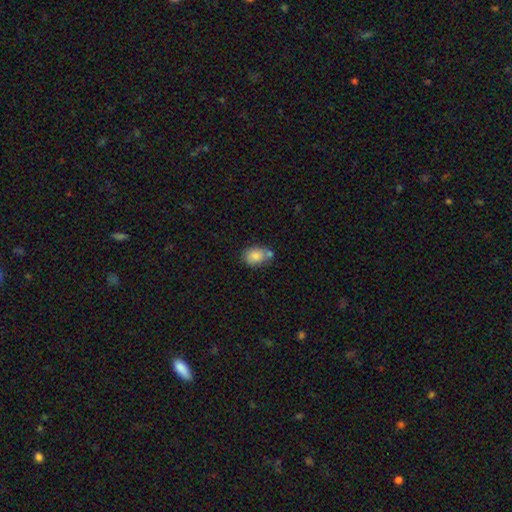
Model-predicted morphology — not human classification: smooth-or-featured: smooth: 82% | featured or disk: 9% | star or artifact: 9%
  how-rounded: in between: 53% | round: 46% | cigar-shaped: 1%
  merging: none: 57% | merger: 21% | minor disturbance: 18% | major disturbance: 4%